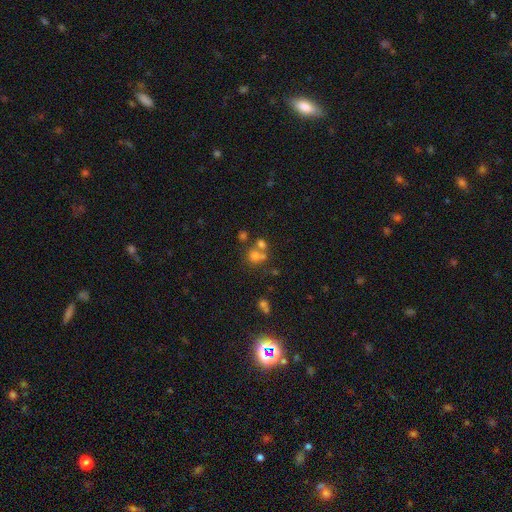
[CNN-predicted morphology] This is likely a smooth galaxy (64%). How rounded: likely round (78%). Merging: marginally merger (44%).